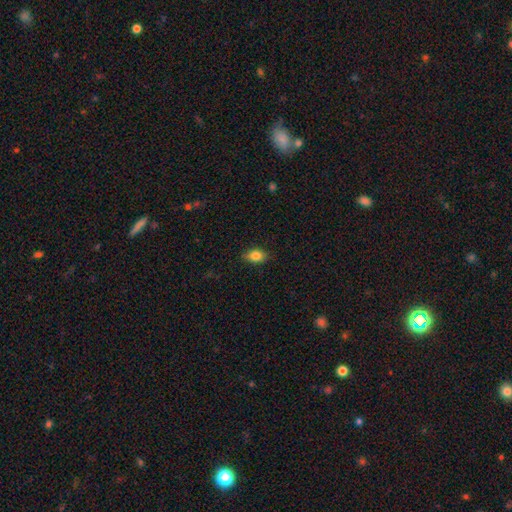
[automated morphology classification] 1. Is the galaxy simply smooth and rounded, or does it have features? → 85% smooth, 8% star or artifact, 7% featured or disk.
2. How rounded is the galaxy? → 84% in between, 14% round, 2% cigar-shaped.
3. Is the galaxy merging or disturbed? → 86% none, 11% minor disturbance, 2% major disturbance, 1% merger.